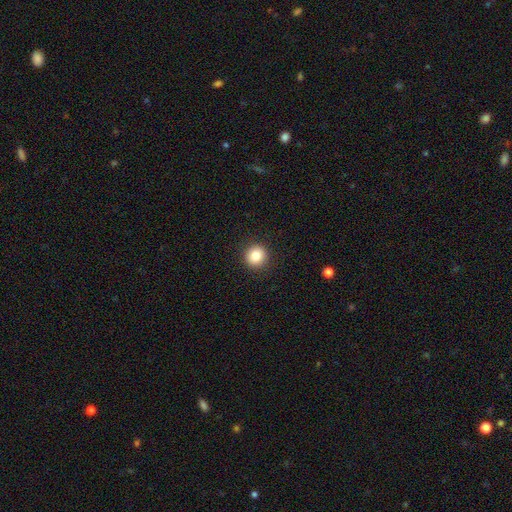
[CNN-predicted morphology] This appears to be a smooth galaxy with no disk features (85%) that is round (92%). Merging: none (92%).